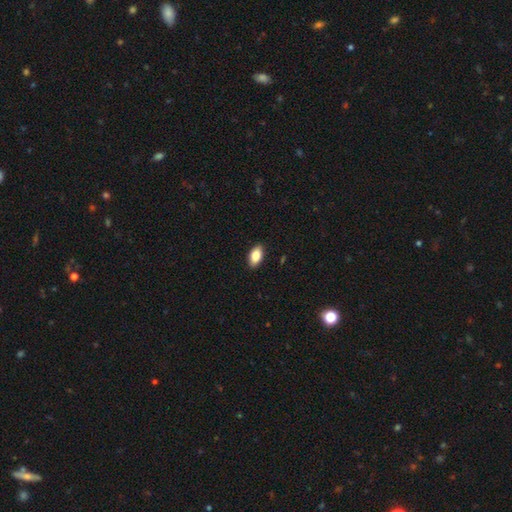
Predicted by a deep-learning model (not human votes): smooth_or_featured: smooth (p=0.83) [alt: featured or disk p=0.10]
how_rounded: in between (p=0.92) [alt: round p=0.04]
merging: none (p=0.90) [alt: minor disturbance p=0.08]